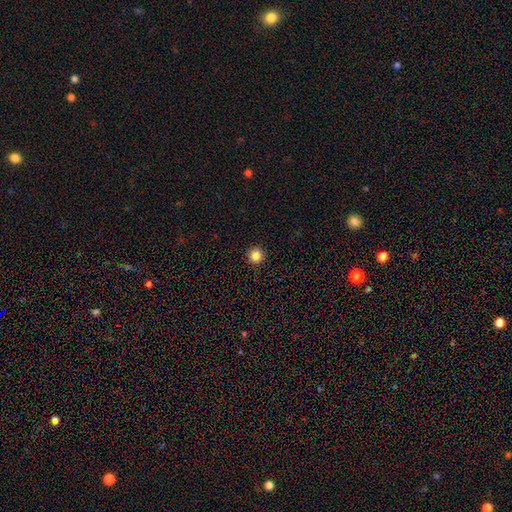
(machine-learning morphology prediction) smooth-or-featured: smooth: 85% | star or artifact: 11% | featured or disk: 4%
  how-rounded: round: 96% | in between: 3% | cigar-shaped: 1%
  merging: none: 93% | minor disturbance: 4% | major disturbance: 2% | merger: 1%